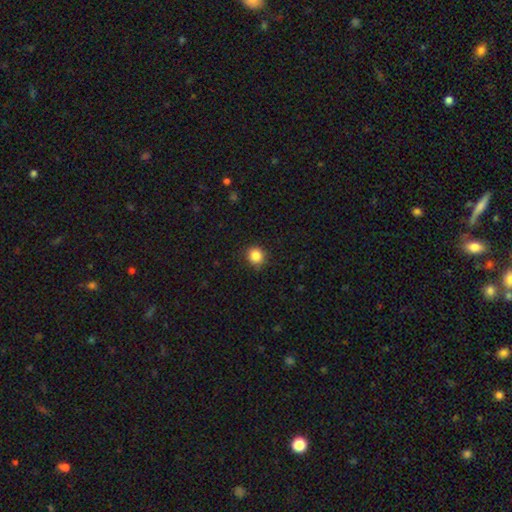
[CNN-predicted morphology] This is clearly a smooth galaxy (86%). How rounded: clearly round (88%). Merging: clearly none (89%).